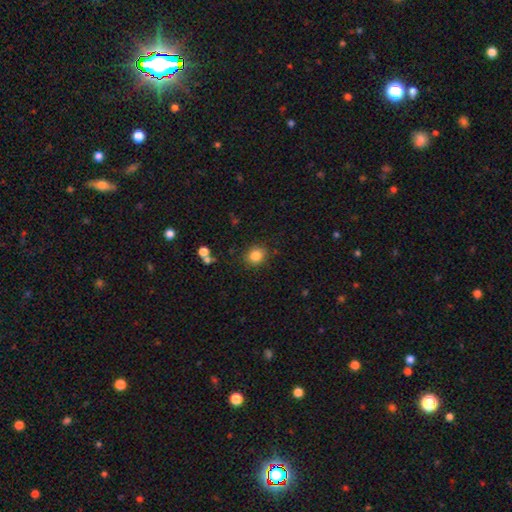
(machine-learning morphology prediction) The model was most divided on "how rounded": round: 74%, in between: 25%, cigar-shaped: 1%. More confident: merging — none (86%); smooth or featured — smooth (84%).